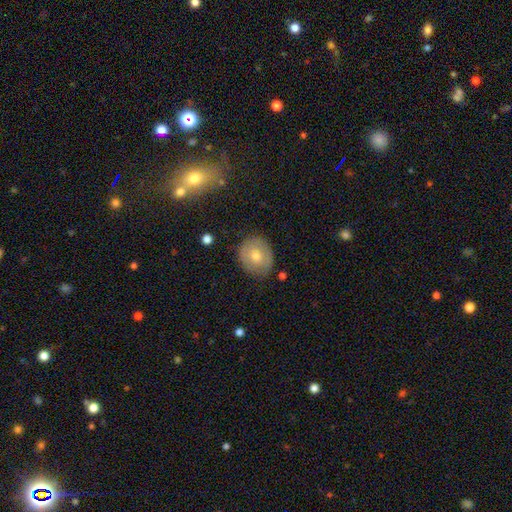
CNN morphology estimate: type=smooth (61%); roundness=round (70%); merging=none (81%).